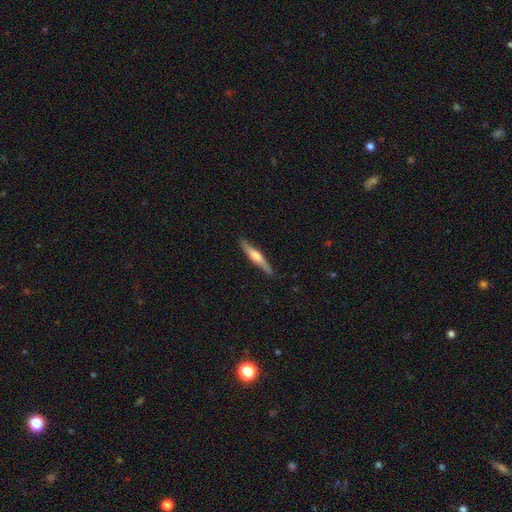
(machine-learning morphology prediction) Smooth or featured?
  - featured or disk: 51% *
  - smooth: 44%
  - star or artifact: 5%
Edge-on disk?
  - yes: 94% *
  - no: 6%
Merging?
  - none: 87% *
  - minor disturbance: 10%
  - major disturbance: 2%
  - merger: 1%